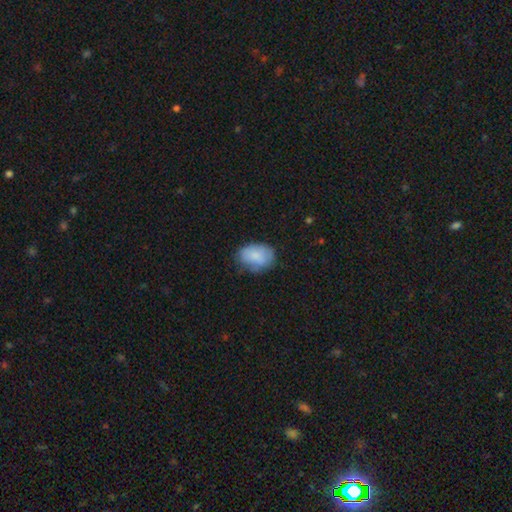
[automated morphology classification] smooth-or-featured: smooth: 82% | featured or disk: 11% | star or artifact: 7%
  how-rounded: in between: 81% | round: 18% | cigar-shaped: 1%
  merging: none: 66% | minor disturbance: 26% | major disturbance: 6% | merger: 2%